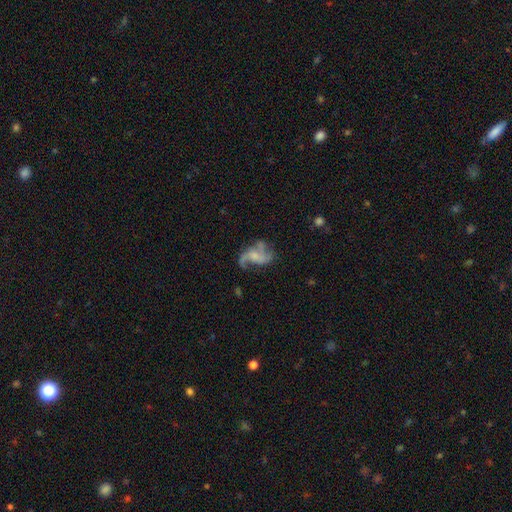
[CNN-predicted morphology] A featured or disk galaxy (79%) with no bar (60%), 3 (39%) loose (58%) spiral arms (91%) and a small central bulge (47%).

Vote fractions:
- Smooth or featured? featured or disk: 79% / smooth: 13% / star or artifact: 8%
- Edge-on disk? no: 98% / yes: 2%
- Bar? no: 60% / weak: 33% / strong: 7%
- Spiral arms? yes: 91% / no: 9%
- Spiral winding? loose: 58% / medium: 35% / tight: 8%
- Spiral arm count? 3: 39% / 2: 35% / can't tell: 10% / 4: 8% / 1: 6% / more than 4: 4%
- Bulge size? small: 47% / moderate: 26% / none: 22% / large: 3% / dominant: 1%
- Merging? none: 51% / major disturbance: 25% / minor disturbance: 20% / merger: 4%